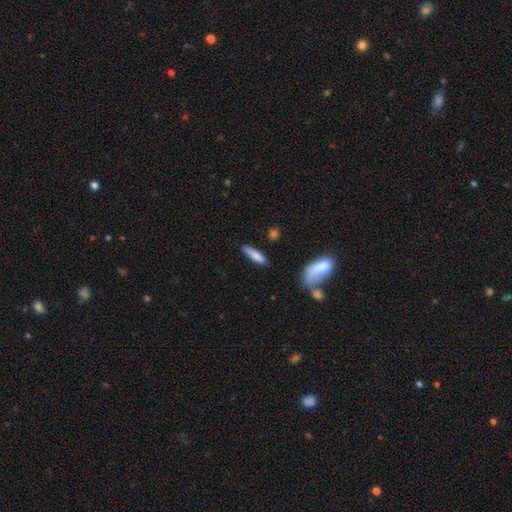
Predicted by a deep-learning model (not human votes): Smooth or featured?
  - smooth: 82% *
  - featured or disk: 12%
  - star or artifact: 6%
How rounded?
  - cigar-shaped: 73% *
  - in between: 25%
  - round: 2%
Merging?
  - none: 78% *
  - minor disturbance: 15%
  - merger: 4%
  - major disturbance: 4%